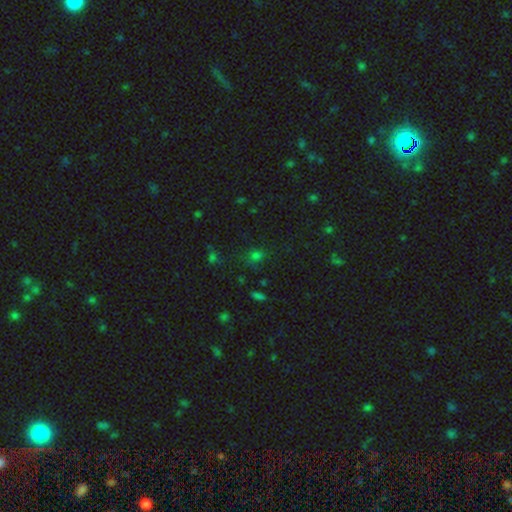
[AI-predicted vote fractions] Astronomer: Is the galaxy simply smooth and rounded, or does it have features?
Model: smooth — 56% (runner-up: star or artifact, 37%).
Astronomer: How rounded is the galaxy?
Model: round — 53% (runner-up: in between, 44%).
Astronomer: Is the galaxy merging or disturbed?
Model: none — 67%.